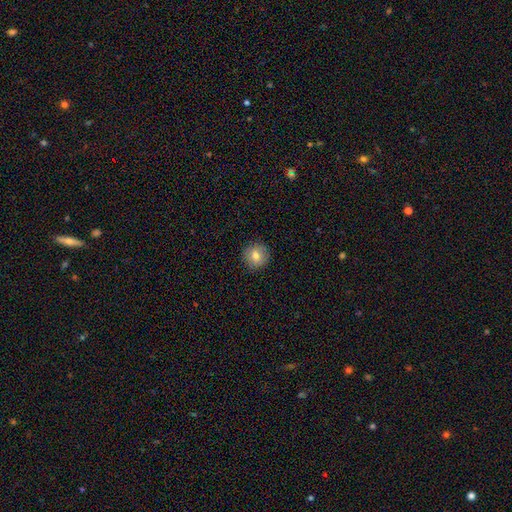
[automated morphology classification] The model was most divided on "smooth or featured": smooth: 76%, featured or disk: 14%, star or artifact: 10%. More confident: how rounded — round (93%); merging — none (89%).